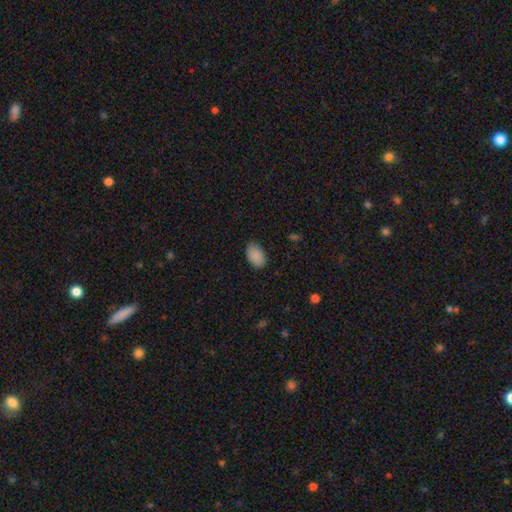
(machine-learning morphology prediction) Q: Smooth or featured?
A: smooth (89%); runner-up: star or artifact (8%)
Q: How rounded?
A: in between (90%); runner-up: round (9%)
Q: Merging?
A: none (81%); runner-up: minor disturbance (15%)